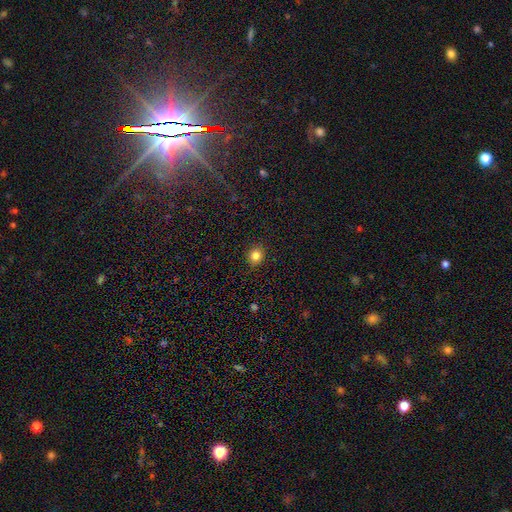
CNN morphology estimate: Overall: smooth (83%). How rounded: round (84%). Merging: none (91%).